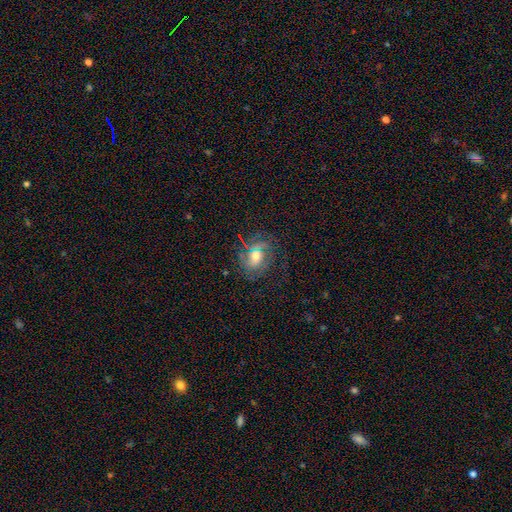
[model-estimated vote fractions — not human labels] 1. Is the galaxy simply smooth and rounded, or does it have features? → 50% featured or disk, 35% smooth, 15% star or artifact.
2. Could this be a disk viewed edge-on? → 94% no, 6% yes.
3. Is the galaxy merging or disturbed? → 71% none, 17% minor disturbance, 10% major disturbance, 2% merger.